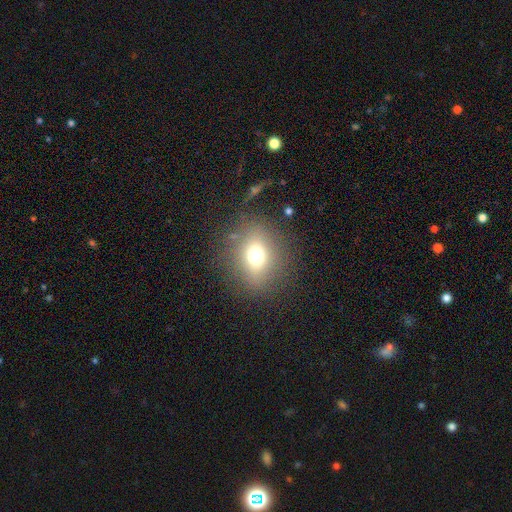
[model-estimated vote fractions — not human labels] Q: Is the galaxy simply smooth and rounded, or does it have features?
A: smooth — 68%.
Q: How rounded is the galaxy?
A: round — 65%.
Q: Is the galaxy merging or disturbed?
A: none — 82%.